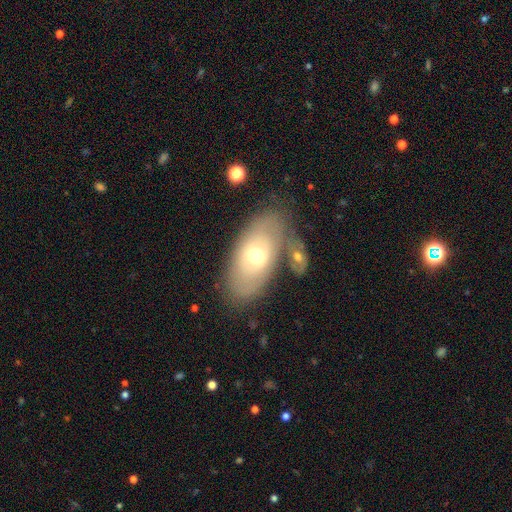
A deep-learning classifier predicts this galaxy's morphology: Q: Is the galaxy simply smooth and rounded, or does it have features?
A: smooth — 49%.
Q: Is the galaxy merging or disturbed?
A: none — 64%.